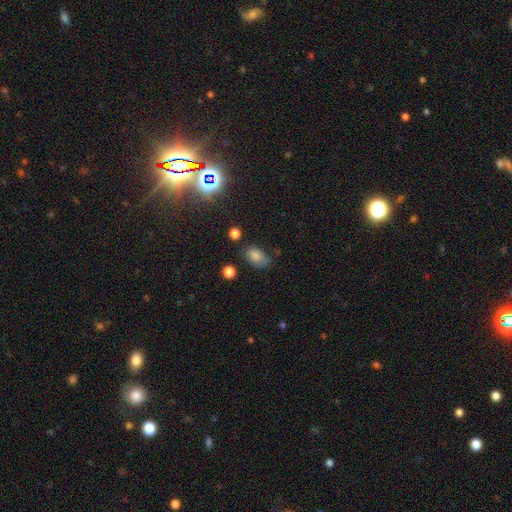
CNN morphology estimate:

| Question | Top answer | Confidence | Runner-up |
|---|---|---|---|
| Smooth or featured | smooth | 81% | star or artifact (11%) |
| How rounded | in between | 84% | round (14%) |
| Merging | none | 59% | minor disturbance (28%) |